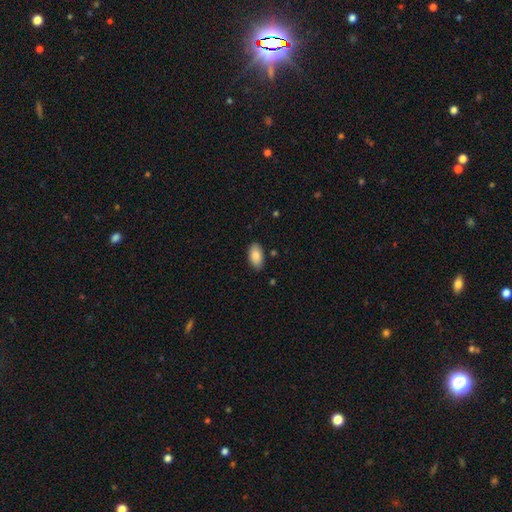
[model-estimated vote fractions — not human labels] Q: Smooth or featured?
A: smooth (87%); runner-up: star or artifact (7%)
Q: How rounded?
A: in between (94%); runner-up: round (4%)
Q: Merging?
A: none (84%); runner-up: minor disturbance (12%)